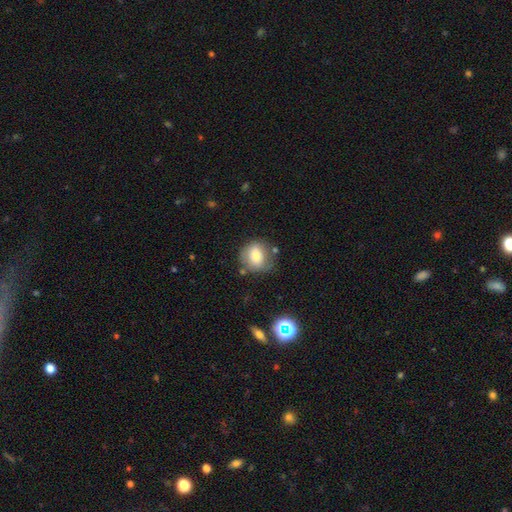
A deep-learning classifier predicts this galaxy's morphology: Smooth or featured? smooth (75%)
How rounded? round (69%)
Merging? none (63%)